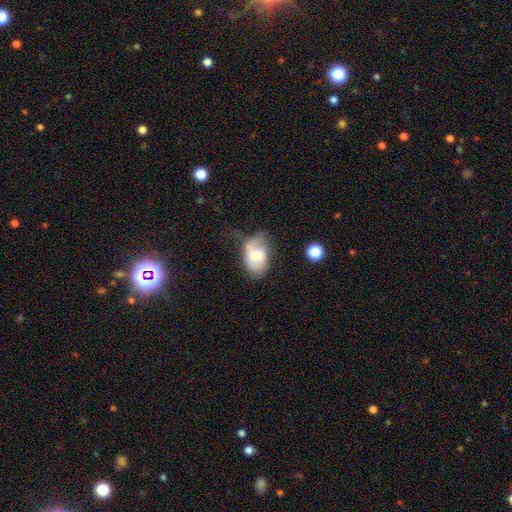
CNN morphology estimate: smooth_or_featured: smooth (p=0.50) [alt: featured or disk p=0.42]
how_rounded: in between (p=0.86) [alt: round p=0.12]
merging: minor disturbance (p=0.35) [alt: none p=0.29]